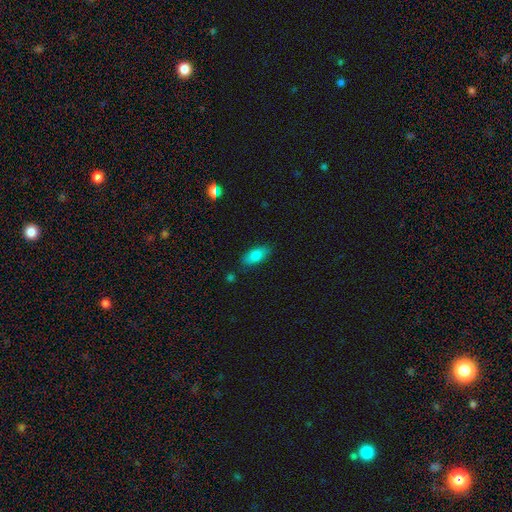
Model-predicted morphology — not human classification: Smooth or featured? Predicted: smooth (p=0.83). How rounded? Predicted: in between (p=0.87). Merging? Predicted: none (p=0.81).